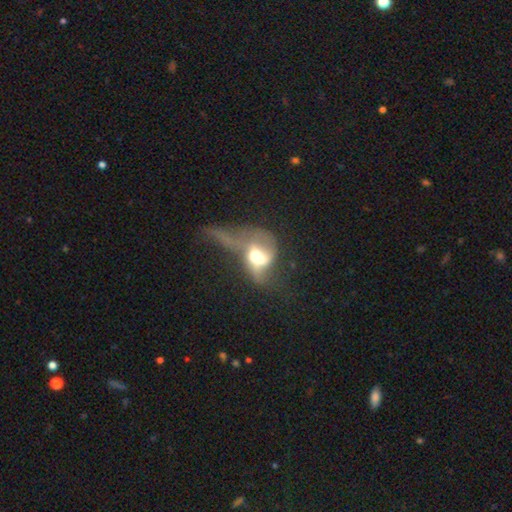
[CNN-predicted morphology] A featured or disk galaxy (55%) with no bar (62%), no spiral arms (53%) and a moderate central bulge (58%).

Vote fractions:
- Smooth or featured? featured or disk: 55% / smooth: 35% / star or artifact: 10%
- Edge-on disk? no: 91% / yes: 9%
- Bar? no: 62% / weak: 26% / strong: 12%
- Spiral arms? no: 53% / yes: 47%
- Bulge size? moderate: 58% / large: 27% / small: 8% / dominant: 4% / none: 2%
- Merging? major disturbance: 56% / merger: 19% / none: 13% / minor disturbance: 12%